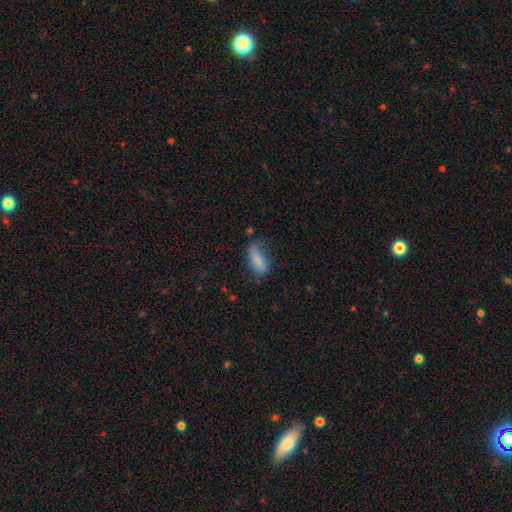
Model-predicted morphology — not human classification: type=smooth (73%); roundness=in between (72%); merging=none (44%).